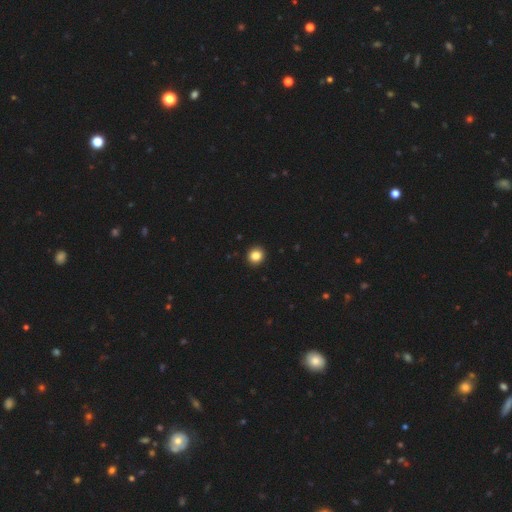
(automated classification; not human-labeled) The model was most divided on "smooth or featured": smooth: 85%, star or artifact: 11%, featured or disk: 4%. More confident: merging — none (93%); how rounded — round (90%).